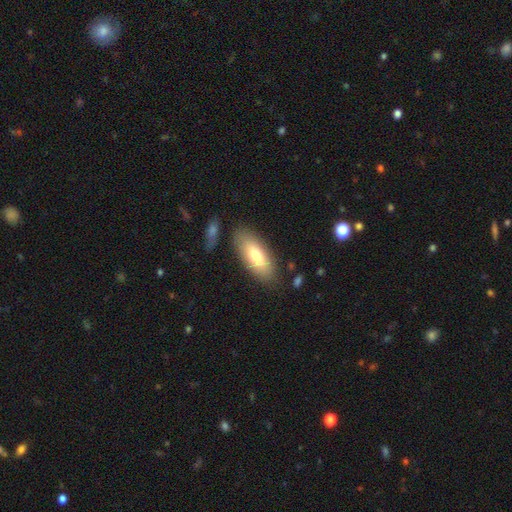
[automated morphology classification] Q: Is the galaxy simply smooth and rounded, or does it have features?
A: smooth — 75%.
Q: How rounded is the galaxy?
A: in between — 80%.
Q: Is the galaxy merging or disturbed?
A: none — 82%.